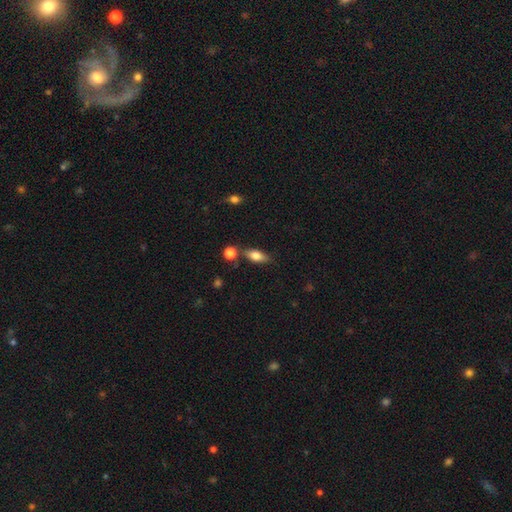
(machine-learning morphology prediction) Q: Smooth or featured?
A: smooth (74%); runner-up: featured or disk (18%)
Q: How rounded?
A: in between (79%); runner-up: cigar-shaped (16%)
Q: Merging?
A: none (69%); runner-up: minor disturbance (15%)